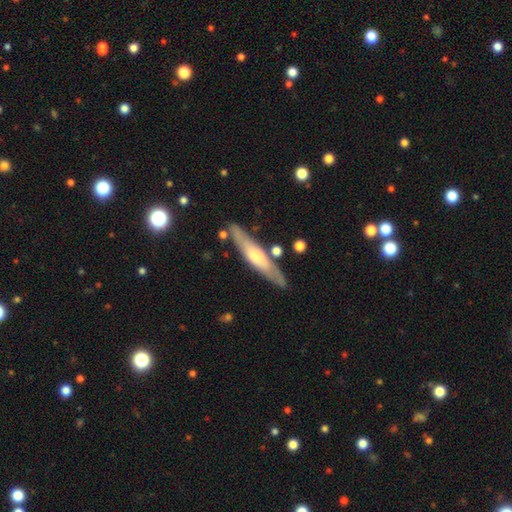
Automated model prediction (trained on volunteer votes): The model was most divided on "smooth or featured": featured or disk: 55%, smooth: 39%, star or artifact: 5%. More confident: edge-on disk — yes (86%); merging — none (82%).